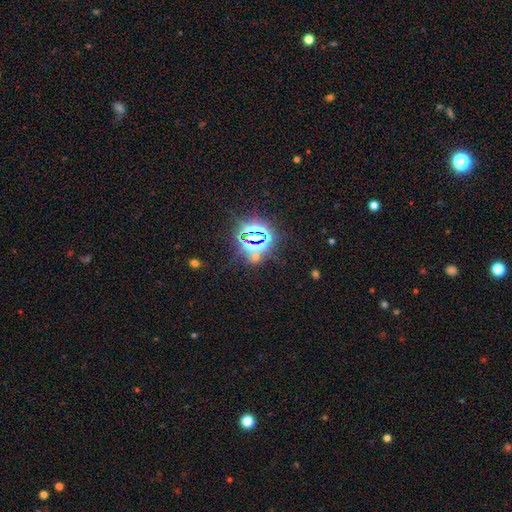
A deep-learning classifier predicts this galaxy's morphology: Overall: star or artifact (81%).